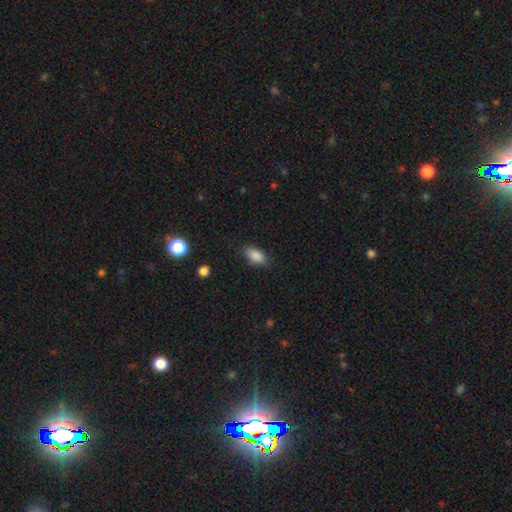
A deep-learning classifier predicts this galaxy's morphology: A smooth galaxy with no disk features (88%) that is in between round and cigar-shaped (89%). Merging: none (84%).